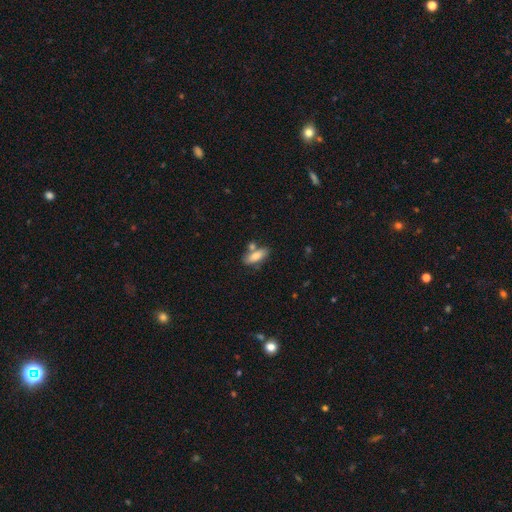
This is likely a smooth galaxy (79%). How rounded: possibly in between (57%). Merging: likely none (61%).